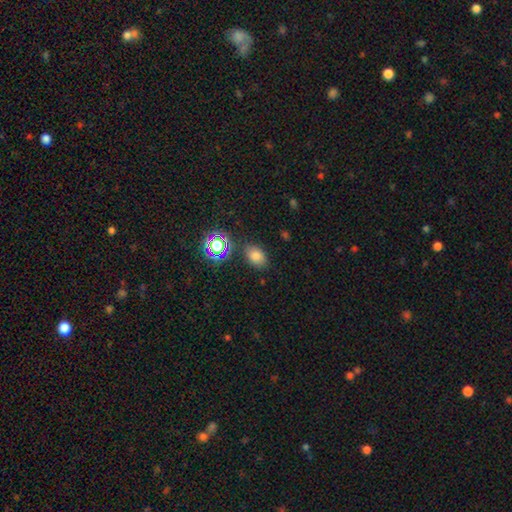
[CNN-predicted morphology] Q: Smooth or featured?
A: smooth (73%); runner-up: star or artifact (20%)
Q: How rounded?
A: in between (77%); runner-up: round (21%)
Q: Merging?
A: none (81%); runner-up: minor disturbance (12%)